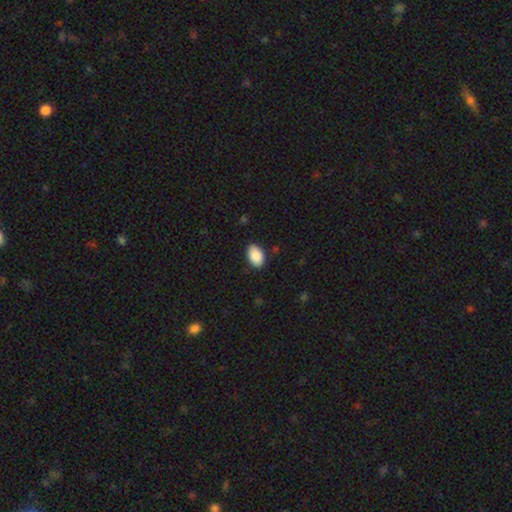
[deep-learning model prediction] Morphology: type=smooth (89%); roundness=in between (90%); merging=none (86%).